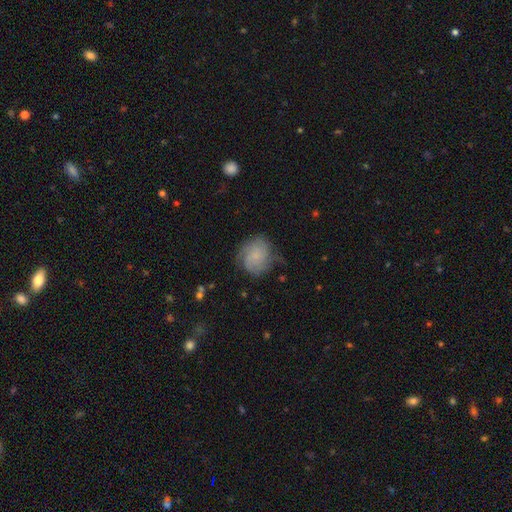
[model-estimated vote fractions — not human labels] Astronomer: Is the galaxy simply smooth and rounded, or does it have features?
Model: featured or disk — 50% (runner-up: smooth, 41%).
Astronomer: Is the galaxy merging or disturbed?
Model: none — 64%.